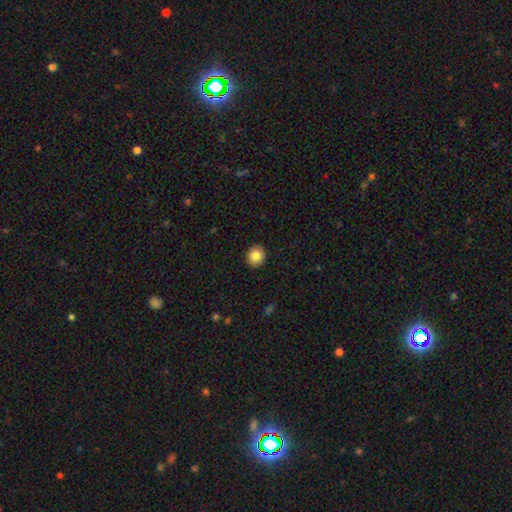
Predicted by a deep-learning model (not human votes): Smooth or featured: smooth — 83% (star or artifact — 9%)
How rounded: round — 76% (in between — 23%)
Merging: none — 91% (minor disturbance — 6%)